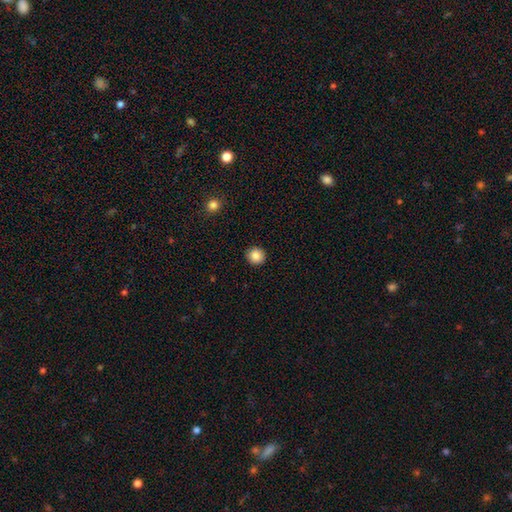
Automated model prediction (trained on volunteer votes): smooth_or_featured: smooth (p=0.87) [alt: star or artifact p=0.09]
how_rounded: round (p=0.91) [alt: in between p=0.08]
merging: none (p=0.92) [alt: minor disturbance p=0.05]